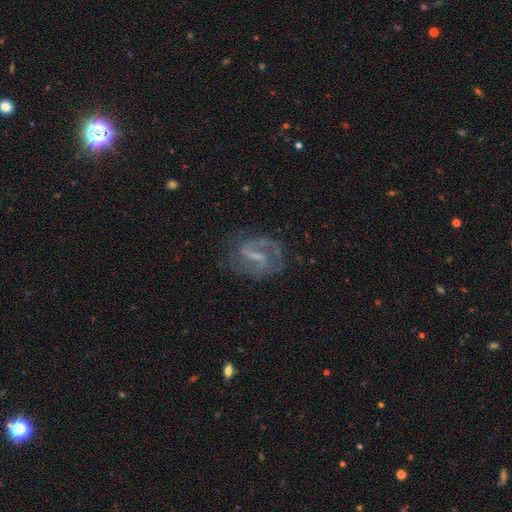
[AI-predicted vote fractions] smooth-or-featured: featured or disk: 86% | smooth: 8% | star or artifact: 7%
  disk-edge-on: no: 98% | yes: 2%
    bar: weak: 47% | strong: 40% | no: 12%
    has-spiral-arms: yes: 95% | no: 5%
      spiral-winding: medium: 54% | tight: 23% | loose: 23%
      spiral-arm-count: 2: 85% | can't tell: 6% | 1: 4% | 3: 3% | 4: 1% | more than 4: 1%
    bulge-size: small: 46% | none: 37% | moderate: 15% | large: 2% | dominant: 1%
  merging: none: 74% | minor disturbance: 16% | major disturbance: 9% | merger: 2%